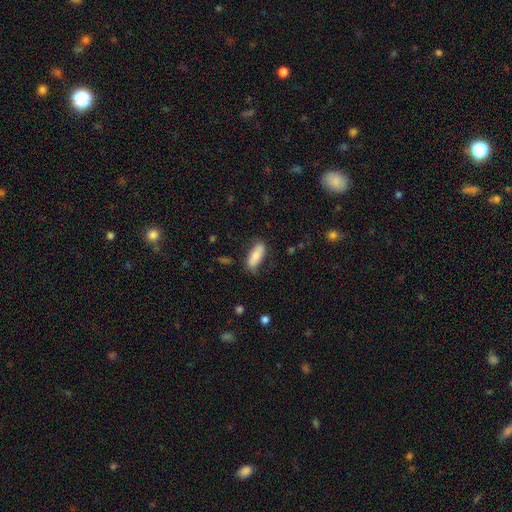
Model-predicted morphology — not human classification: Smooth or featured?
  - smooth: 77% *
  - featured or disk: 17%
  - star or artifact: 6%
How rounded?
  - in between: 67% *
  - cigar-shaped: 31%
  - round: 2%
Merging?
  - none: 70% *
  - minor disturbance: 22%
  - major disturbance: 6%
  - merger: 2%